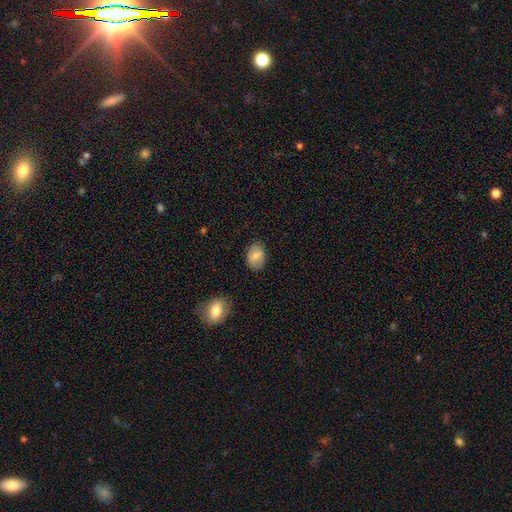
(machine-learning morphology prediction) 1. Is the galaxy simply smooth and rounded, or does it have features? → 77% smooth, 15% featured or disk, 8% star or artifact.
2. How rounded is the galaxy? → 76% in between, 23% round, 1% cigar-shaped.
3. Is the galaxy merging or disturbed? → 83% none, 13% minor disturbance, 3% major disturbance, 1% merger.